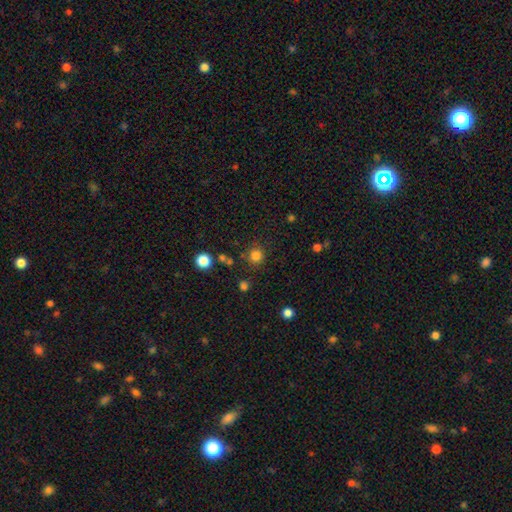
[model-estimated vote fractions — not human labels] This is clearly a smooth galaxy (81%). How rounded: clearly round (93%). Merging: clearly none (84%).